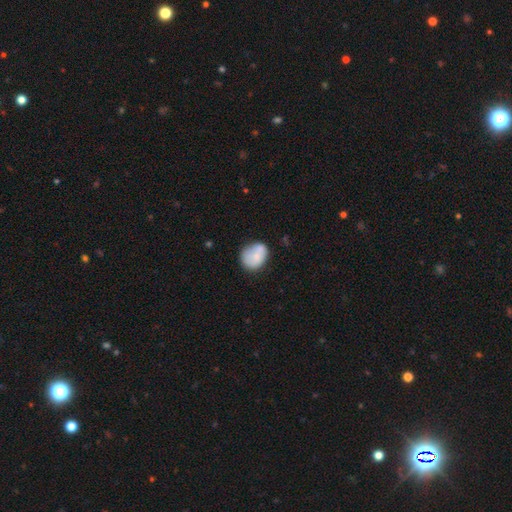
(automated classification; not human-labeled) smooth 73%, featured or disk 19%, star or artifact 7%. Down the decision tree: how rounded — round (52%); merging — none (55%).